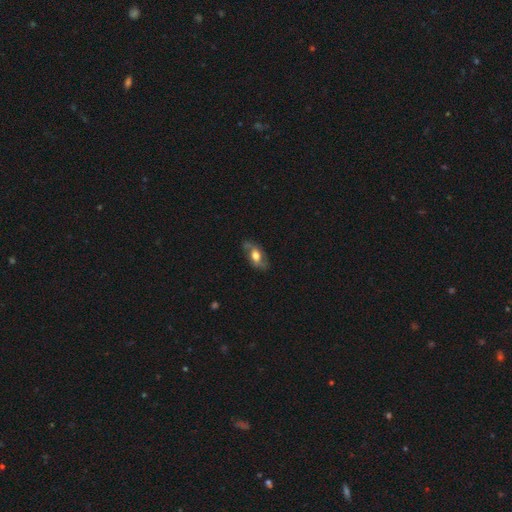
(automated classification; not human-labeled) A featured or disk galaxy (60%) with no bar (56%), spiral arms (73%) and a moderate central bulge (47%). Merging: none (69%).